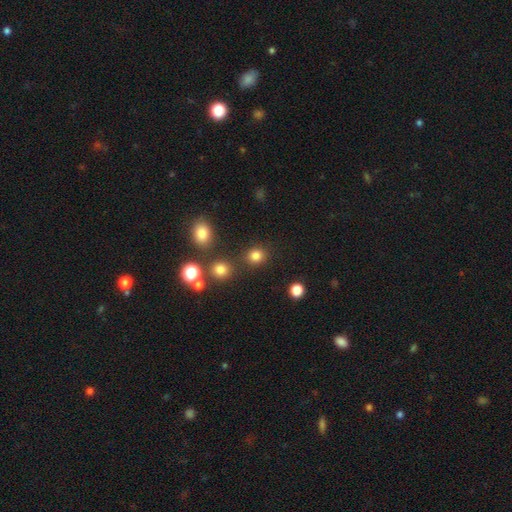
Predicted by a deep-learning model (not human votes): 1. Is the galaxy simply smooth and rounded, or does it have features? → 81% smooth, 14% star or artifact, 5% featured or disk.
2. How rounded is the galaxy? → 86% round, 13% in between, 1% cigar-shaped.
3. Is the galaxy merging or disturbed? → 84% none, 7% minor disturbance, 5% merger, 3% major disturbance.